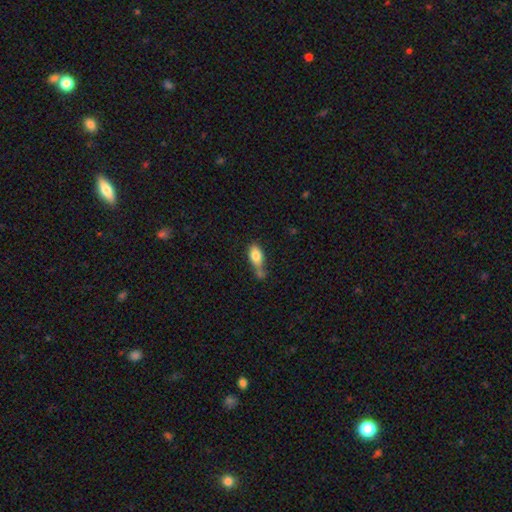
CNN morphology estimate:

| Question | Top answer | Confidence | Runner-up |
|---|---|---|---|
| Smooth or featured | smooth | 79% | featured or disk (14%) |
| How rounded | in between | 84% | cigar-shaped (9%) |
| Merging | none | 33% | merger (32%) |